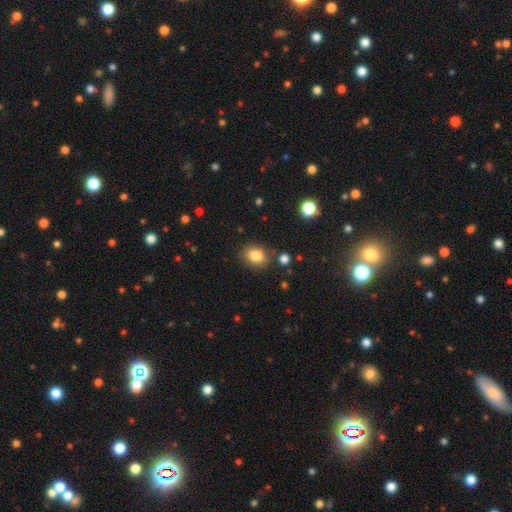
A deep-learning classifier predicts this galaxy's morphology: A smooth galaxy with no disk features (83%) that is in between round and cigar-shaped (53%). Merging: none (81%).